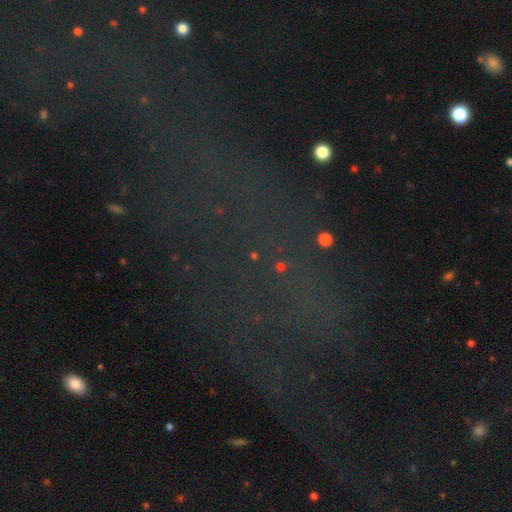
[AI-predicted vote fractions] A star or artifact, not a galaxy (60%).

Vote fractions:
- Smooth or featured? star or artifact: 60% / featured or disk: 22% / smooth: 19%